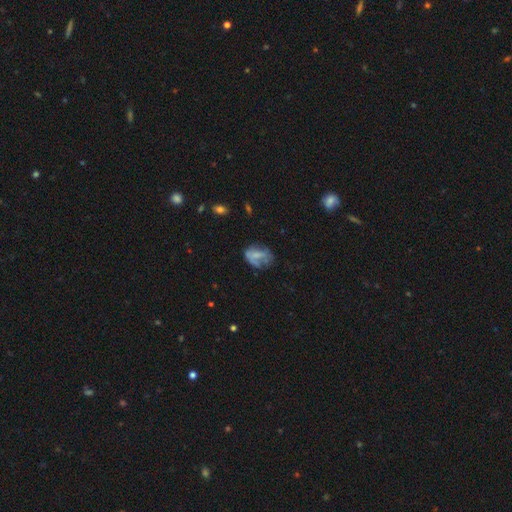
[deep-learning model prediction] Q: Smooth or featured?
A: smooth (51%); runner-up: featured or disk (38%)
Q: How rounded?
A: in between (73%); runner-up: round (24%)
Q: Merging?
A: none (41%); runner-up: minor disturbance (29%)